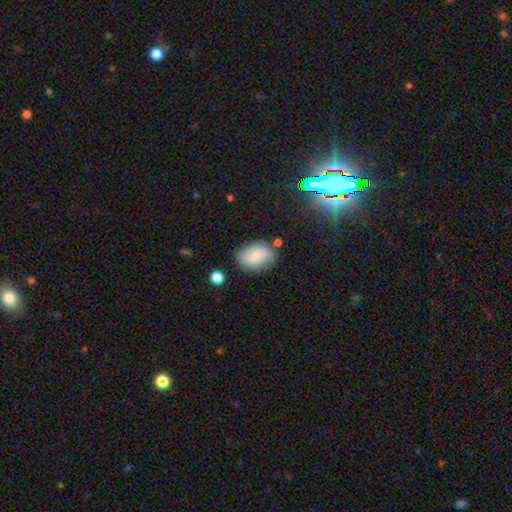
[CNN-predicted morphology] A smooth galaxy with no disk features (51%) that is in between round and cigar-shaped (77%). Merging: none (72%).